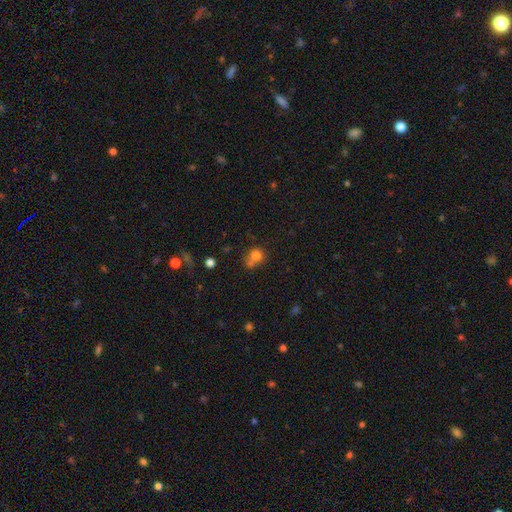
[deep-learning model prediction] Smooth or featured?
  - smooth: 74% *
  - star or artifact: 13%
  - featured or disk: 13%
How rounded?
  - round: 68% *
  - in between: 31%
  - cigar-shaped: 1%
Merging?
  - merger: 44% *
  - none: 36%
  - minor disturbance: 14%
  - major disturbance: 7%